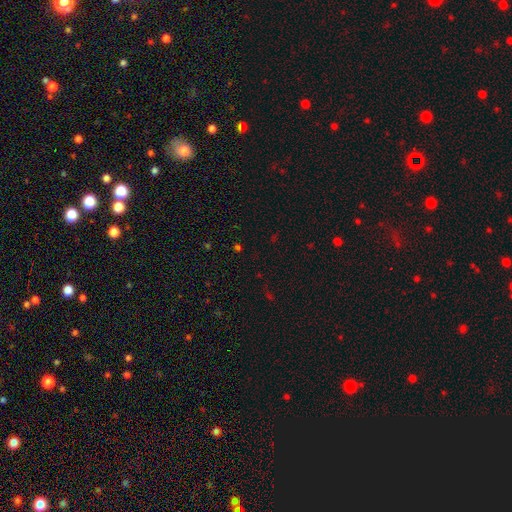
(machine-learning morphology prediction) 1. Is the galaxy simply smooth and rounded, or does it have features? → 62% star or artifact, 31% smooth, 7% featured or disk.